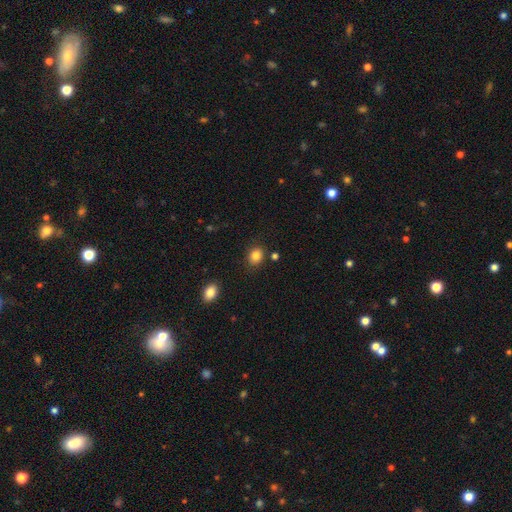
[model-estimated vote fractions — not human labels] The model was most divided on "how rounded": round: 53%, in between: 46%, cigar-shaped: 1%. More confident: smooth or featured — smooth (84%); merging — none (82%).